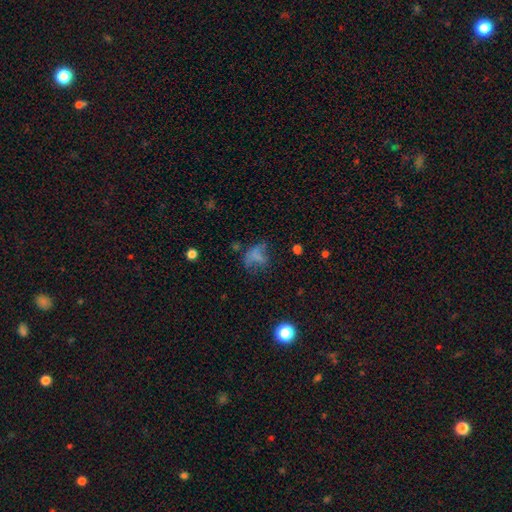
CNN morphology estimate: Overall: smooth (53%; featured or disk 25%). How rounded: in between (63%; round 35%). Merging: none (38%; major disturbance 33%).